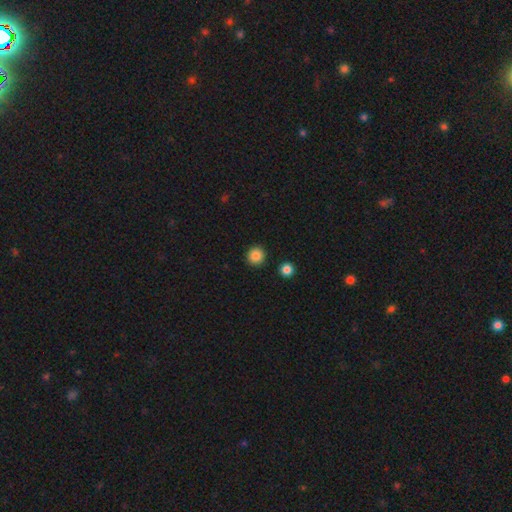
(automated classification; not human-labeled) Morphology: type=smooth (86%); roundness=round (94%); merging=none (92%).